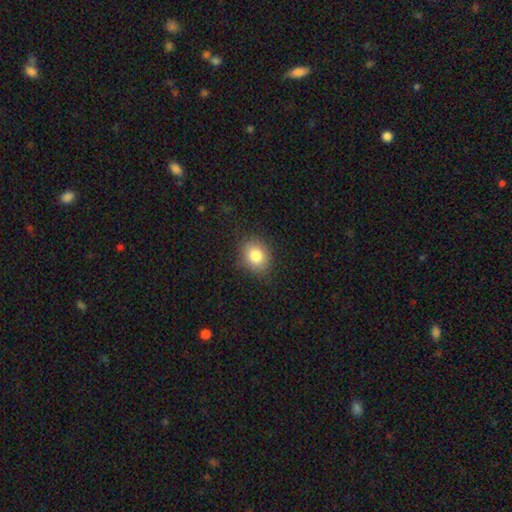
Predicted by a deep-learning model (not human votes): A smooth galaxy with no disk features (82%) that is round (55%).

Vote fractions:
- Smooth or featured? smooth: 82% / star or artifact: 10% / featured or disk: 8%
- How rounded? round: 55% / in between: 44% / cigar-shaped: 1%
- Merging? none: 82% / minor disturbance: 13% / major disturbance: 4% / merger: 1%